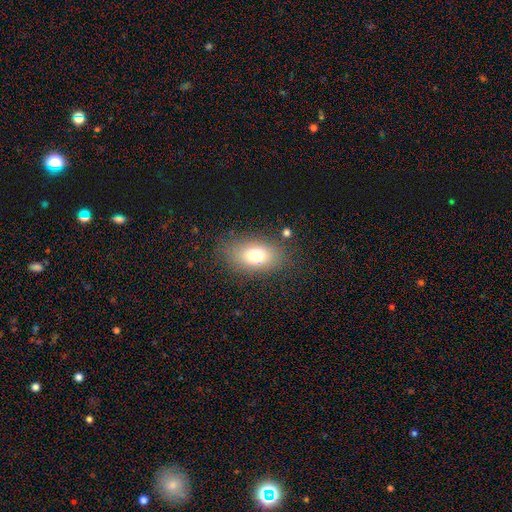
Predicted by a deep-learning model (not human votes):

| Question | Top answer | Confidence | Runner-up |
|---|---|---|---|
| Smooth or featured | smooth | 74% | featured or disk (15%) |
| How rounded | in between | 85% | round (13%) |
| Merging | none | 80% | minor disturbance (12%) |